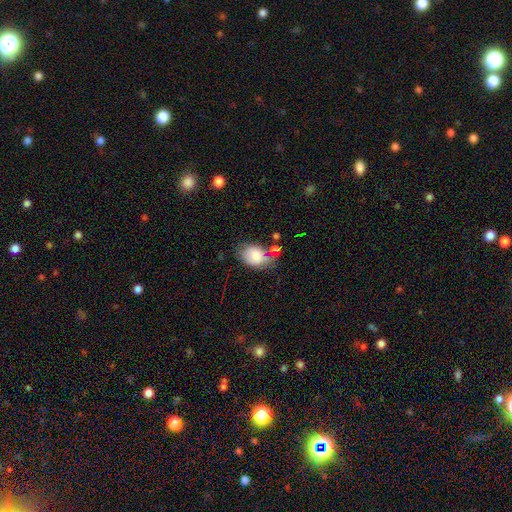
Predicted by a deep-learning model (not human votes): Smooth or featured? Predicted: smooth (p=0.79). How rounded? Predicted: in between (p=0.78). Merging? Predicted: none (p=0.47).